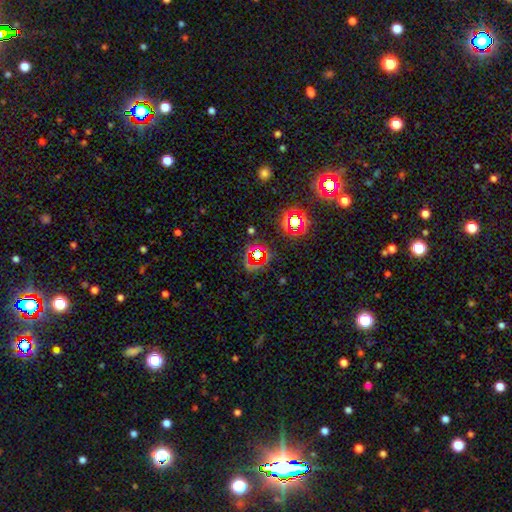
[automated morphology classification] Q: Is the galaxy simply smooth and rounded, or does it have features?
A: star or artifact — 66%.